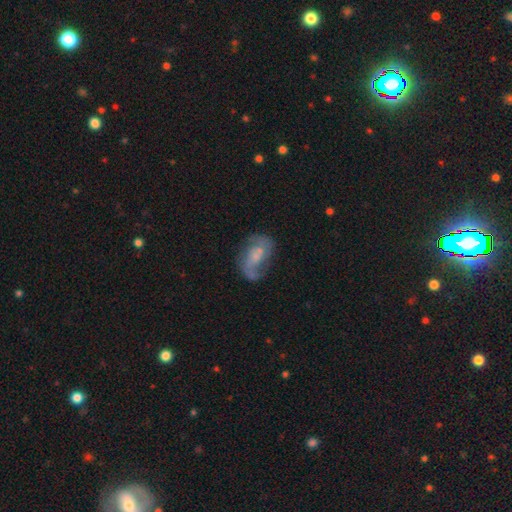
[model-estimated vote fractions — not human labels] Overall: featured or disk (73%). Edge-on disk: no (97%). Bar: no (50%; weak 39%). Spiral arms: yes (89%). Spiral arm count: 2 (81%). Spiral winding: loose (43%; medium 42%). Bulge size: small (50%; moderate 23%). Merging: none (59%; minor disturbance 21%).